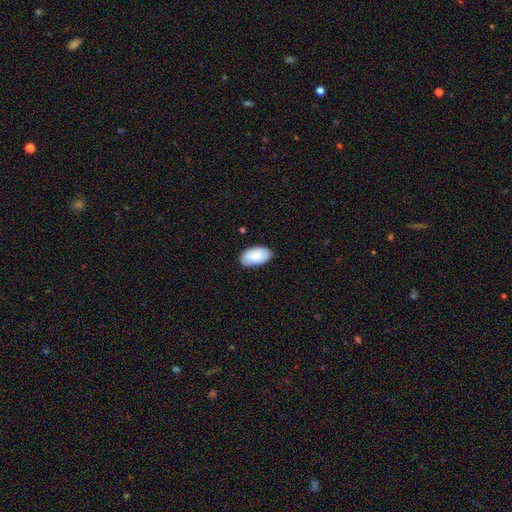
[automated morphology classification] This is clearly a smooth galaxy (89%). How rounded: clearly in between (96%). Merging: clearly none (83%).